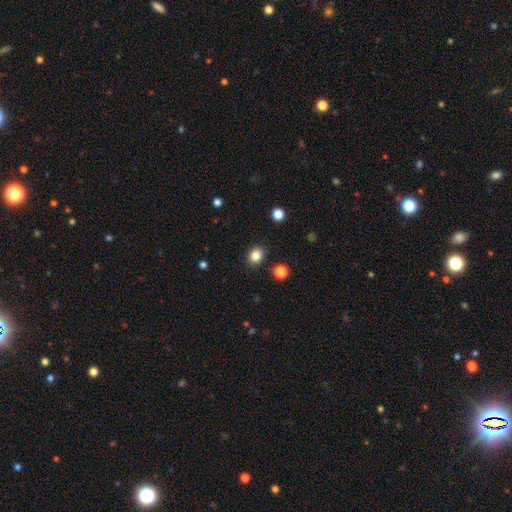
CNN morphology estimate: smooth-or-featured: smooth: 84% | star or artifact: 12% | featured or disk: 5%
  how-rounded: round: 70% | in between: 29% | cigar-shaped: 1%
  merging: none: 89% | minor disturbance: 7% | major disturbance: 2% | merger: 2%